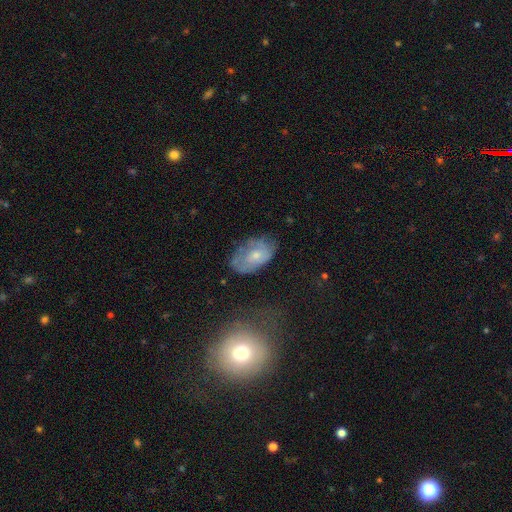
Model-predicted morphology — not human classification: A featured or disk galaxy (47%).

Vote fractions:
- Smooth or featured? featured or disk: 47% / smooth: 44% / star or artifact: 9%
- Merging? none: 58% / minor disturbance: 27% / major disturbance: 13% / merger: 3%